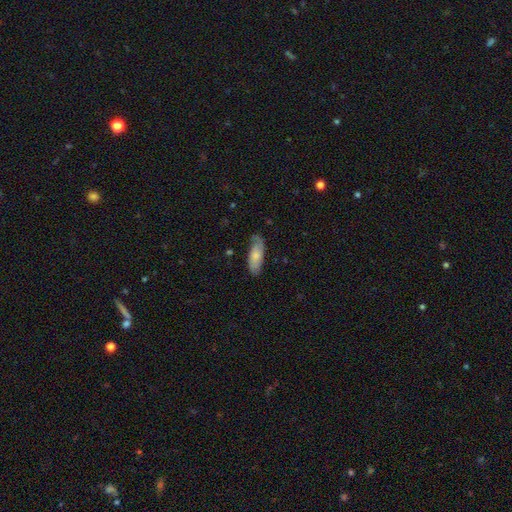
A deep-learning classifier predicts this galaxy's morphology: smooth-or-featured: smooth: 59% | featured or disk: 35% | star or artifact: 6%
  how-rounded: in between: 72% | cigar-shaped: 26% | round: 2%
  merging: none: 67% | minor disturbance: 24% | major disturbance: 7% | merger: 2%